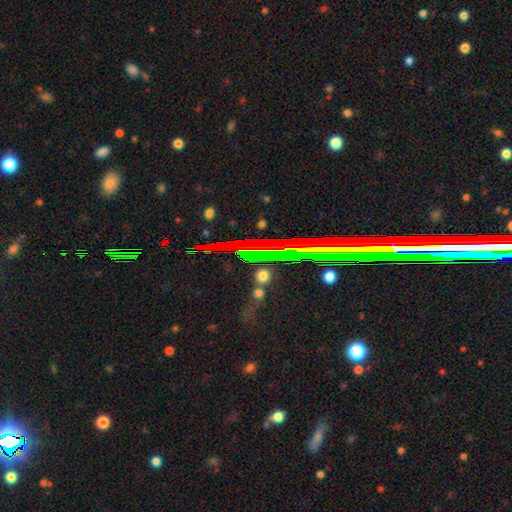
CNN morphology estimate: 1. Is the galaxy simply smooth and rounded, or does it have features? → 76% star or artifact, 14% featured or disk, 10% smooth.